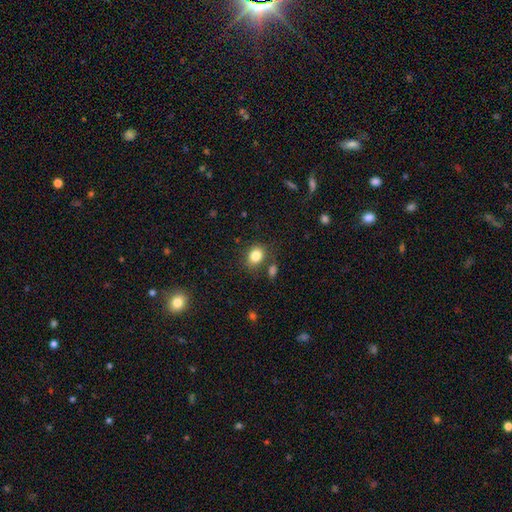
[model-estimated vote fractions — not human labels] The model was most divided on "how rounded": round: 50%, in between: 49%, cigar-shaped: 1%. More confident: smooth or featured — smooth (83%); merging — none (74%).